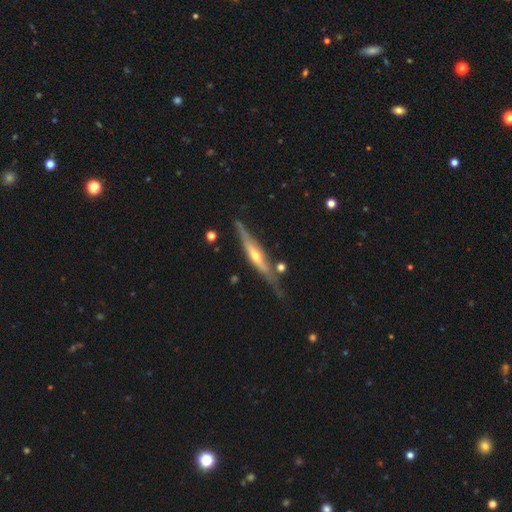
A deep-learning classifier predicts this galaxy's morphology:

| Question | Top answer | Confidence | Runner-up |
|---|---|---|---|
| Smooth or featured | featured or disk | 76% | smooth (18%) |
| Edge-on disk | yes | 93% | no (7%) |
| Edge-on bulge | rounded | 80% | none (13%) |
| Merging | none | 71% | minor disturbance (19%) |